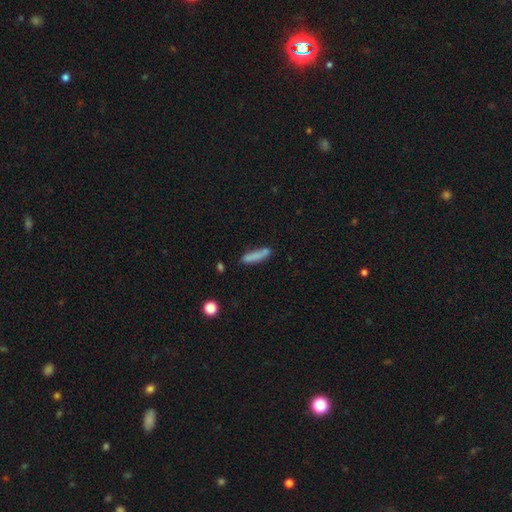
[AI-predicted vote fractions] smooth-or-featured: smooth: 81% | featured or disk: 11% | star or artifact: 8%
  how-rounded: cigar-shaped: 81% | in between: 17% | round: 2%
  merging: none: 71% | minor disturbance: 18% | merger: 7% | major disturbance: 5%